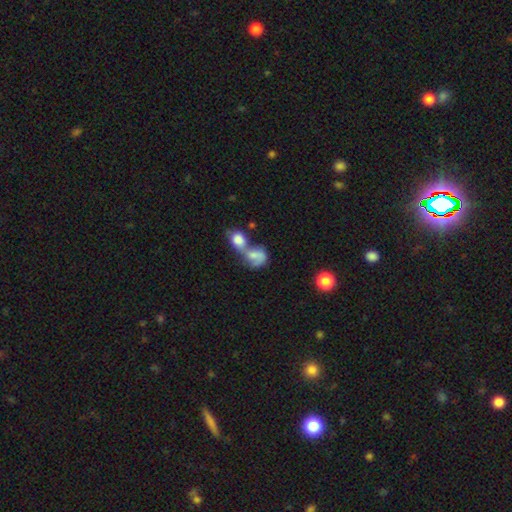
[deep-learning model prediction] Morphology: type=smooth (61%); roundness=in between (52%); merging=merger (76%).